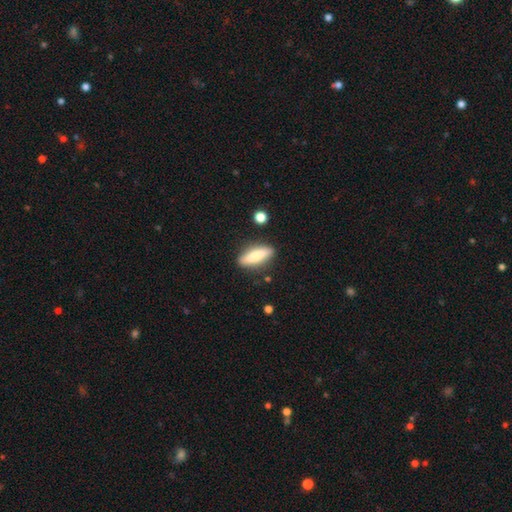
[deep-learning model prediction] This appears to be a smooth galaxy with no disk features (69%) that is cigar-shaped (58%). Merging: none (85%).